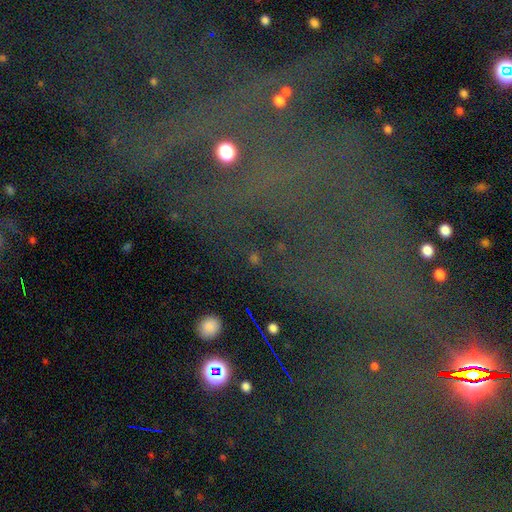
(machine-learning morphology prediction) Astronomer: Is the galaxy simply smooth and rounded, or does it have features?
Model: star or artifact — 77%.